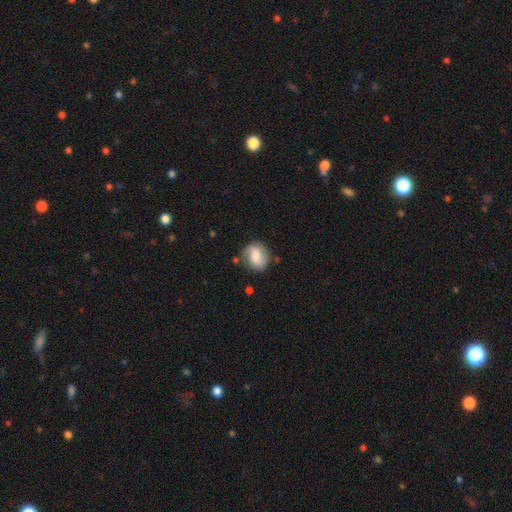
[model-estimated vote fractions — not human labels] Smooth or featured? Predicted: smooth (p=0.51). How rounded? Predicted: round (p=0.72). Merging? Predicted: none (p=0.73).